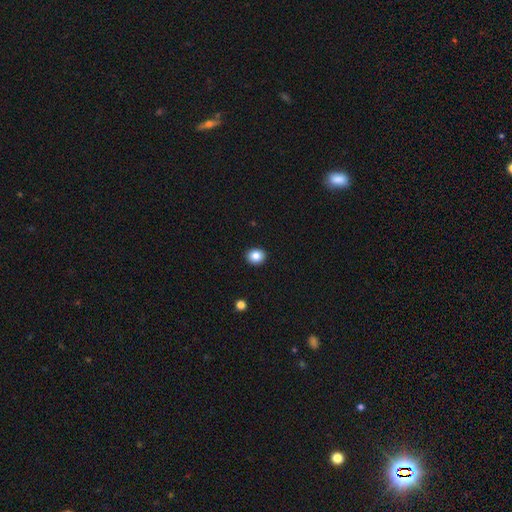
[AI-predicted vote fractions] A smooth galaxy with no disk features (86%) that is round (73%).

Vote fractions:
- Smooth or featured? smooth: 86% / star or artifact: 10% / featured or disk: 5%
- How rounded? round: 73% / in between: 26% / cigar-shaped: 1%
- Merging? none: 92% / minor disturbance: 5% / major disturbance: 2% / merger: 1%